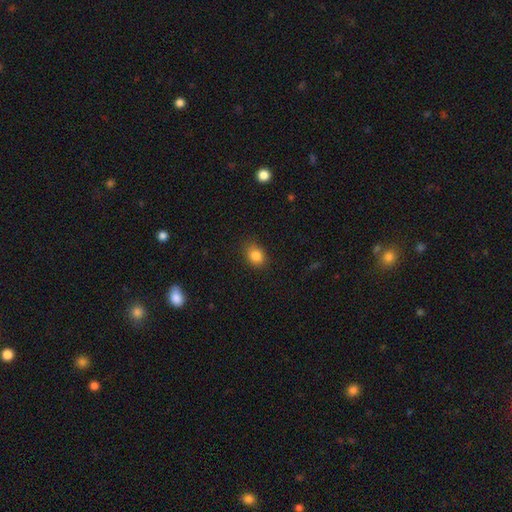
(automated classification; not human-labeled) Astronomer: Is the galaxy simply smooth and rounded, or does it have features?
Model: smooth — 84%.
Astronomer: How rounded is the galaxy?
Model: in between — 54% (runner-up: round, 45%).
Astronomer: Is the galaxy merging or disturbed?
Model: none — 84%.